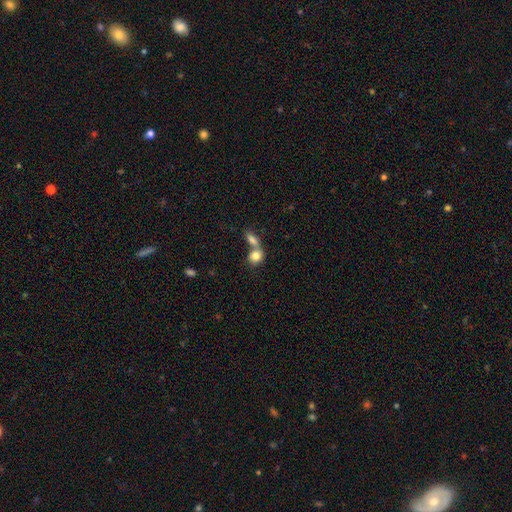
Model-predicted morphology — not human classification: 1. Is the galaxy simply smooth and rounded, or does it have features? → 81% smooth, 10% featured or disk, 8% star or artifact.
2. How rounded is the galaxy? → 55% round, 43% in between, 2% cigar-shaped.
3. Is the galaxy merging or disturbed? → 59% merger, 30% none, 7% minor disturbance, 4% major disturbance.